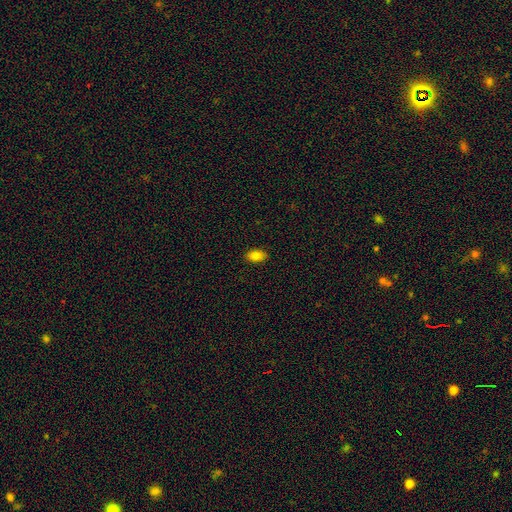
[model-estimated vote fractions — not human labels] Morphology: type=smooth (83%); roundness=in between (91%); merging=none (89%).